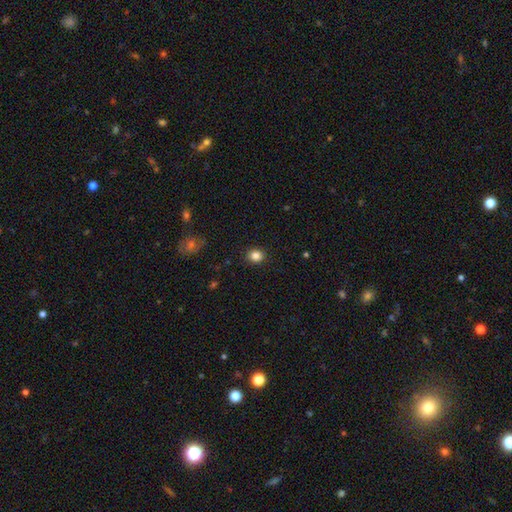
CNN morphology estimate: Smooth or featured: smooth — 85% (star or artifact — 11%)
How rounded: round — 76% (in between — 23%)
Merging: none — 90% (minor disturbance — 7%)